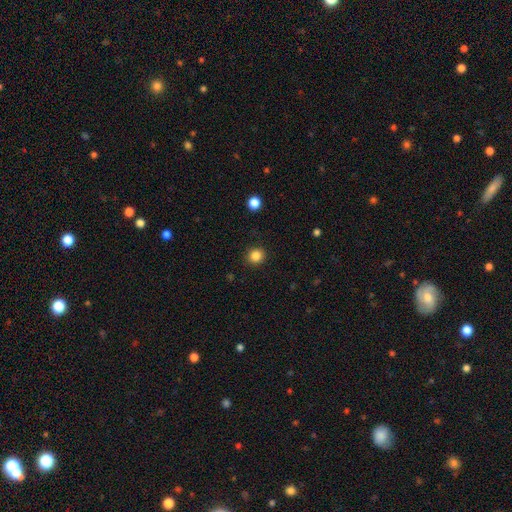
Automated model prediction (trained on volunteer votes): This is clearly a smooth galaxy (85%). How rounded: clearly round (90%). Merging: clearly none (91%).